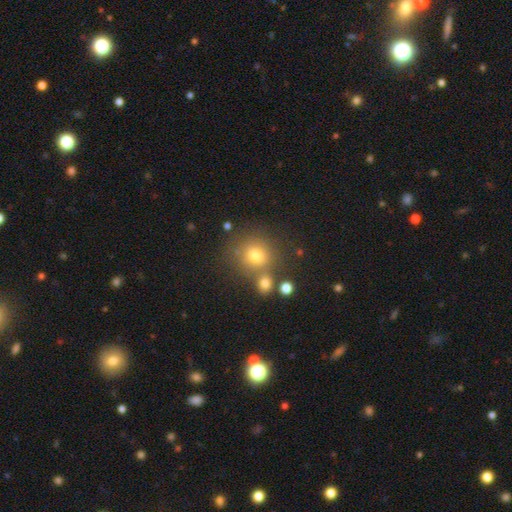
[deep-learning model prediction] smooth_or_featured: smooth (p=0.72) [alt: star or artifact p=0.18]
how_rounded: round (p=0.88) [alt: in between p=0.11]
merging: none (p=0.68) [alt: merger p=0.18]